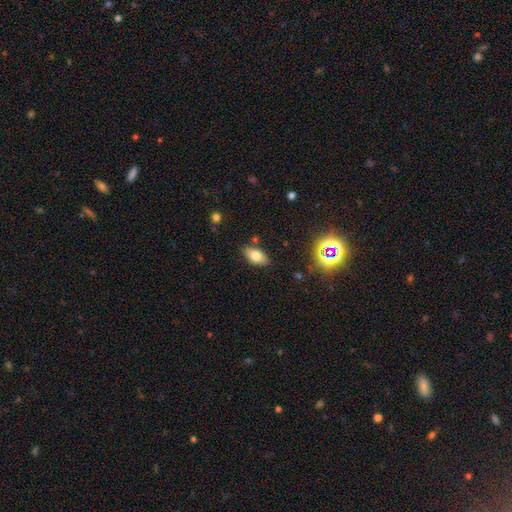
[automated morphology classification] type=smooth (73%); roundness=in between (89%); merging=none (82%).